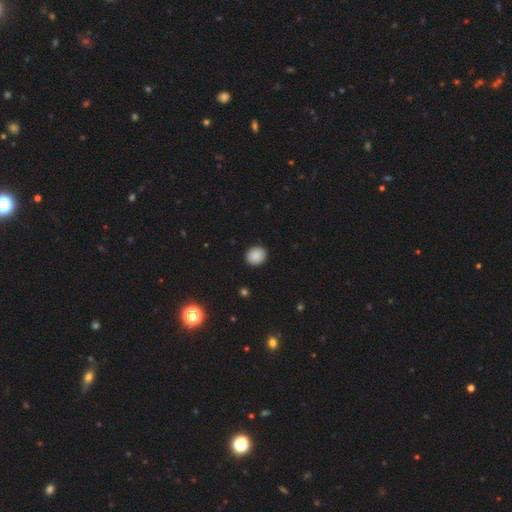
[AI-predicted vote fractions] Smooth or featured: smooth — 89% (star or artifact — 9%)
How rounded: round — 73% (in between — 26%)
Merging: none — 91% (minor disturbance — 6%)